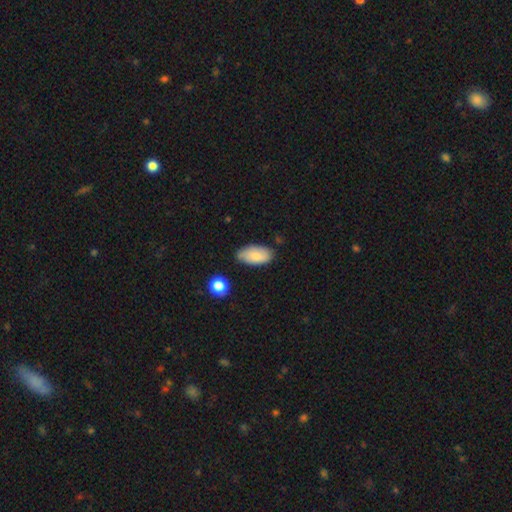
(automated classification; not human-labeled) This appears to be a smooth galaxy with no disk features (80%) that is in between round and cigar-shaped (94%). Merging: none (72%).